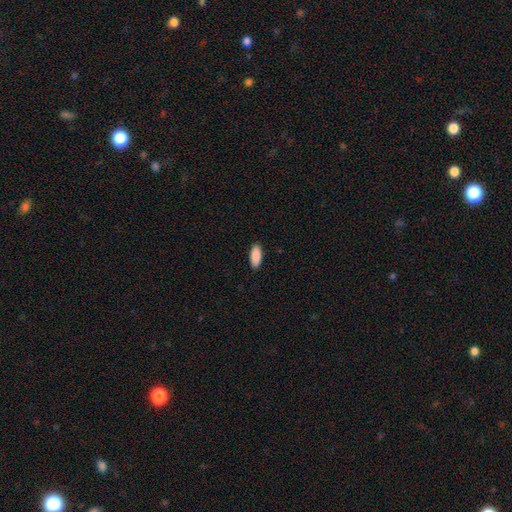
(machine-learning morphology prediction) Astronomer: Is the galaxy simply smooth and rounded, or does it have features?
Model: smooth — 91%.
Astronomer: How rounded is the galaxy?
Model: in between — 80%.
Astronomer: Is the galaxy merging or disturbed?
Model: none — 90%.